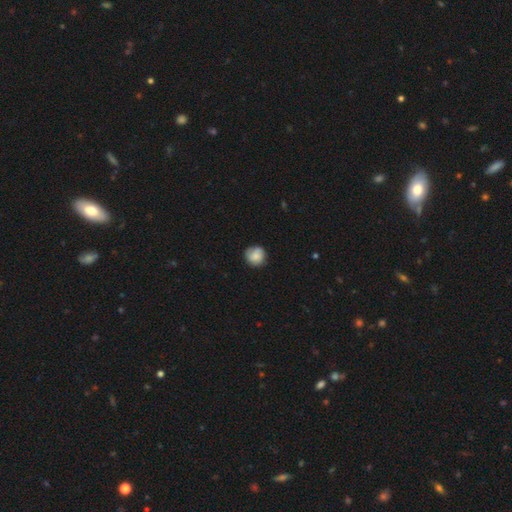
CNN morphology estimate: Smooth or featured: smooth — 78% (featured or disk — 14%)
How rounded: round — 90% (in between — 9%)
Merging: none — 76% (minor disturbance — 19%)